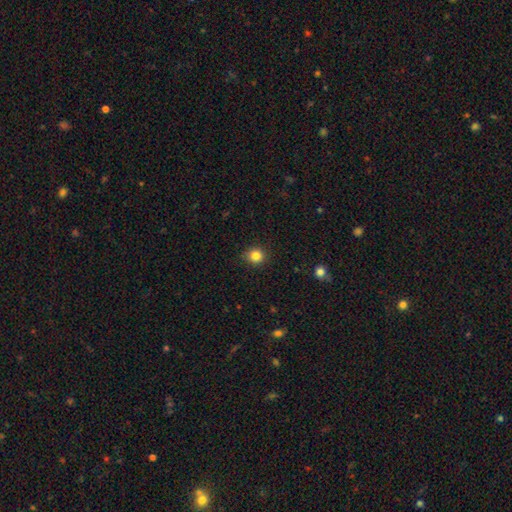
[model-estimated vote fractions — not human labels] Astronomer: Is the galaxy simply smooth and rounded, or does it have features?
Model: smooth — 84%.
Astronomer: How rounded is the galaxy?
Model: round — 86%.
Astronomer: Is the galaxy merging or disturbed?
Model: none — 86%.